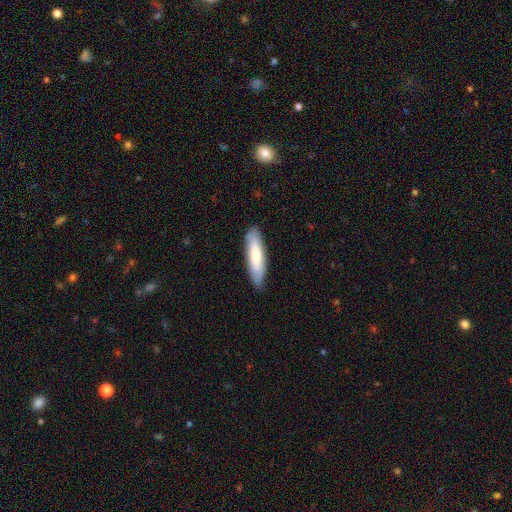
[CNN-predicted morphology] Overall: smooth (70%). How rounded: cigar-shaped (65%; in between 34%). Merging: none (86%).